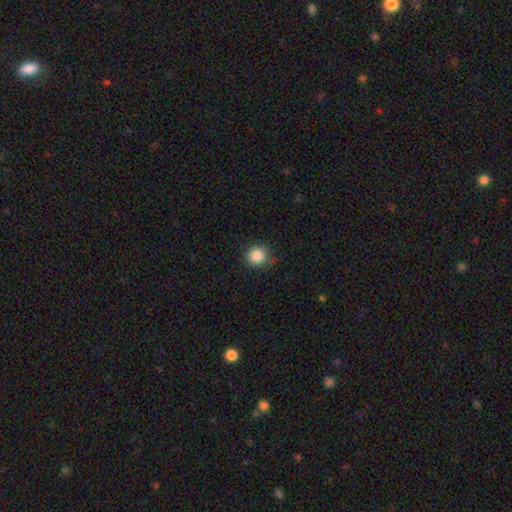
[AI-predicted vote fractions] Smooth or featured?
  - smooth: 86% *
  - star or artifact: 10%
  - featured or disk: 4%
How rounded?
  - round: 92% *
  - in between: 7%
  - cigar-shaped: 1%
Merging?
  - none: 79% *
  - minor disturbance: 16%
  - major disturbance: 3%
  - merger: 1%